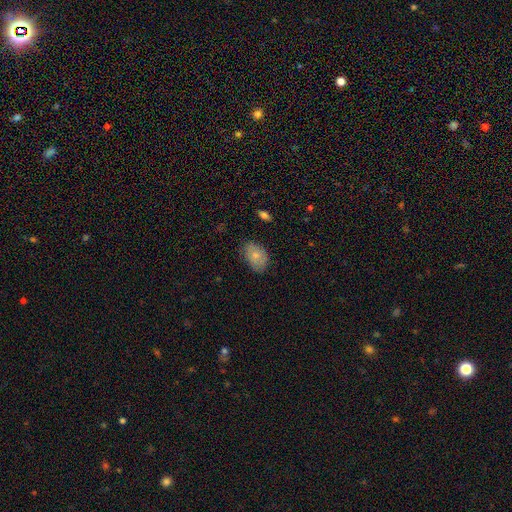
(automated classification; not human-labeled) Smooth or featured?
  - smooth: 76% *
  - featured or disk: 17%
  - star or artifact: 7%
How rounded?
  - in between: 85% *
  - round: 14%
  - cigar-shaped: 1%
Merging?
  - none: 74% *
  - minor disturbance: 21%
  - major disturbance: 4%
  - merger: 1%